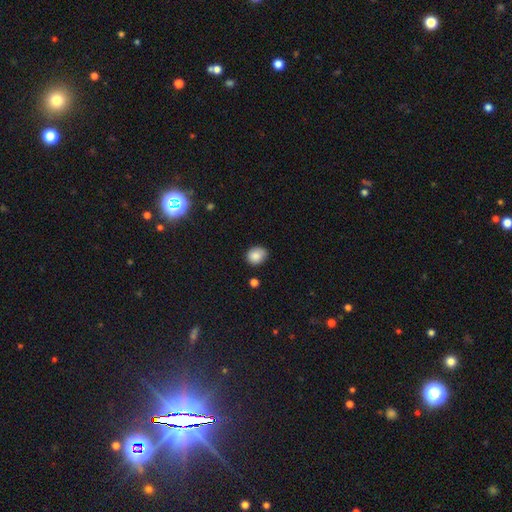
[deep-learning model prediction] smooth_or_featured: smooth (p=0.86) [alt: star or artifact p=0.09]
how_rounded: round (p=0.64) [alt: in between p=0.35]
merging: none (p=0.78) [alt: minor disturbance p=0.17]